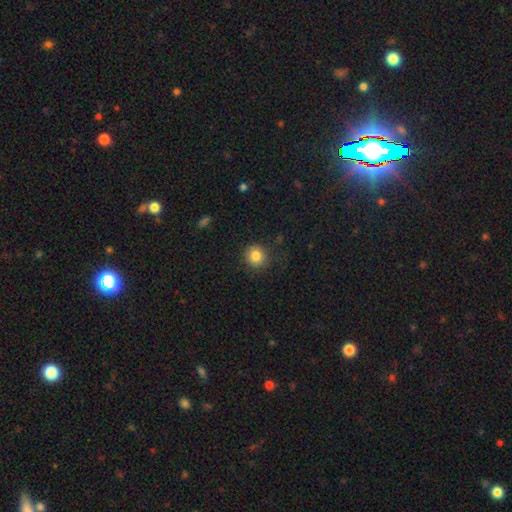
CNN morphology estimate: Smooth or featured: smooth — 84% (star or artifact — 10%)
How rounded: round — 90% (in between — 9%)
Merging: none — 85% (minor disturbance — 10%)